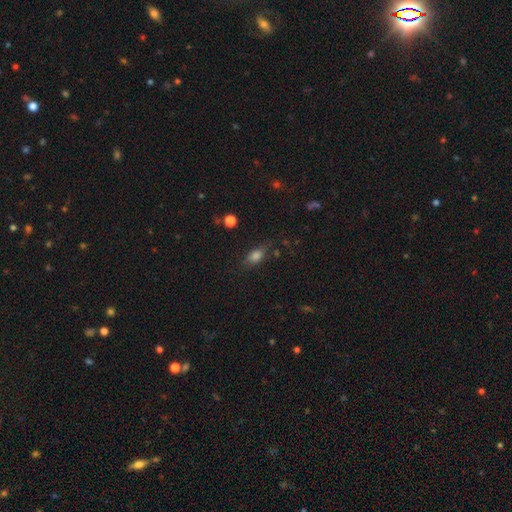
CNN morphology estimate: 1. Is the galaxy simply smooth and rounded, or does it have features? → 77% smooth, 12% star or artifact, 11% featured or disk.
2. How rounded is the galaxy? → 80% in between, 11% round, 9% cigar-shaped.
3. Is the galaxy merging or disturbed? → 70% none, 20% minor disturbance, 7% major disturbance, 3% merger.